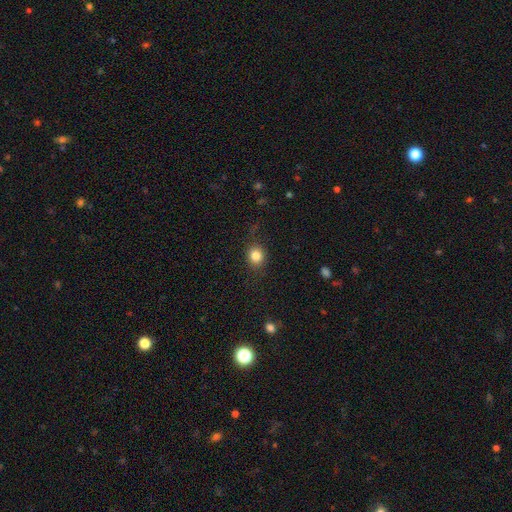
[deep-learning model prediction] Overall: smooth (83%). How rounded: round (76%). Merging: none (83%).